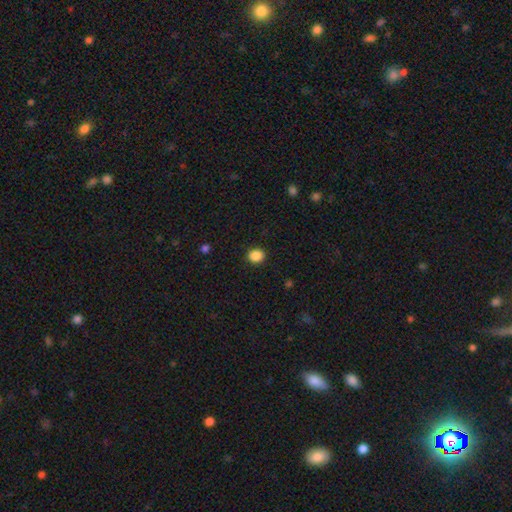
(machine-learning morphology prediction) The model was most divided on "how rounded": round: 78%, in between: 21%, cigar-shaped: 1%. More confident: merging — none (90%); smooth or featured — smooth (87%).